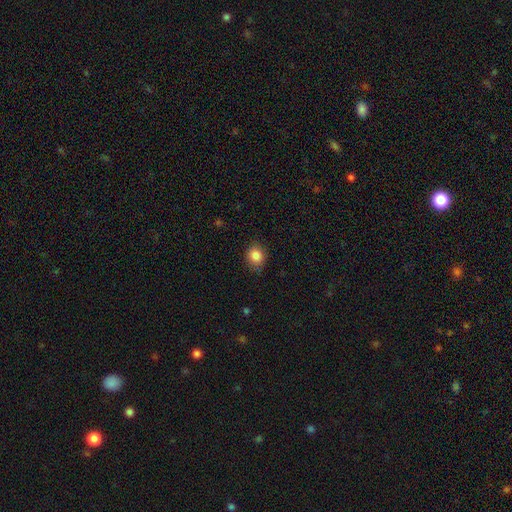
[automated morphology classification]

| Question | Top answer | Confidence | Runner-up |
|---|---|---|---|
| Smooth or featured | smooth | 85% | star or artifact (10%) |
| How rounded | round | 72% | in between (28%) |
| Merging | none | 81% | minor disturbance (15%) |